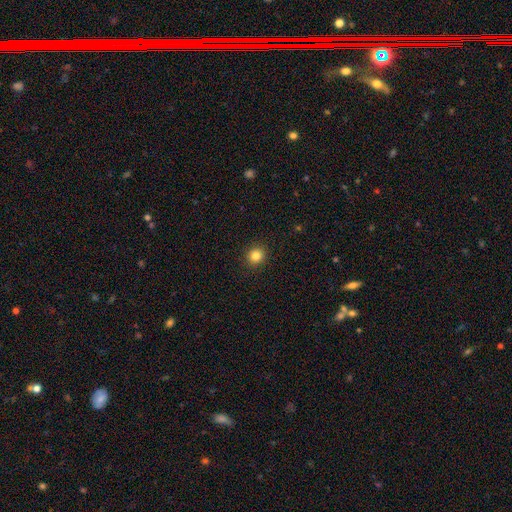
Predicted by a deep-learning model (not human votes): This appears to be a smooth galaxy with no disk features (83%) that is round (87%). Merging: none (92%).